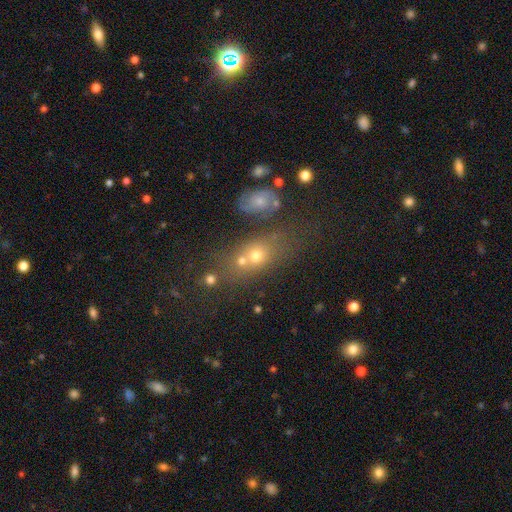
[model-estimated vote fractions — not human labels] Q: Smooth or featured?
A: smooth (62%); runner-up: featured or disk (20%)
Q: How rounded?
A: in between (48%); runner-up: round (41%)
Q: Merging?
A: none (43%); runner-up: merger (36%)